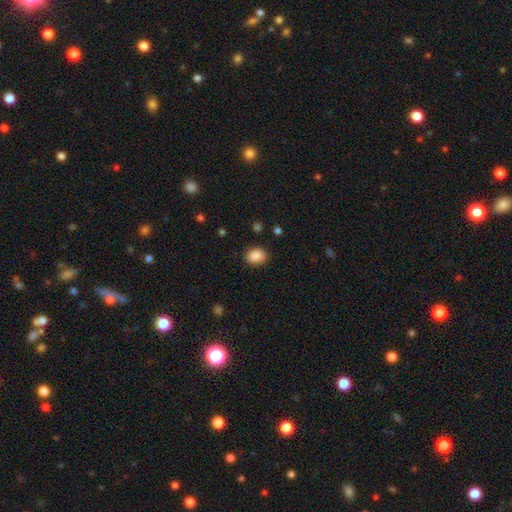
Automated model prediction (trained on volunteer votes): Morphology: type=smooth (87%); roundness=in between (50%); merging=none (84%).